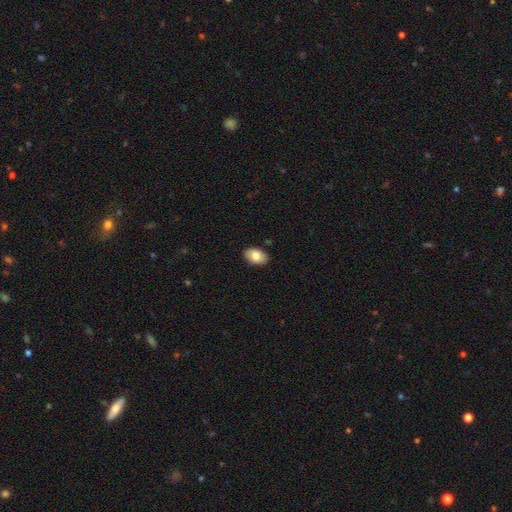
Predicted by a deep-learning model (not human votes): Smooth or featured?
  - smooth: 81% *
  - featured or disk: 12%
  - star or artifact: 7%
How rounded?
  - in between: 90% *
  - round: 9%
  - cigar-shaped: 1%
Merging?
  - none: 86% *
  - minor disturbance: 10%
  - major disturbance: 2%
  - merger: 1%